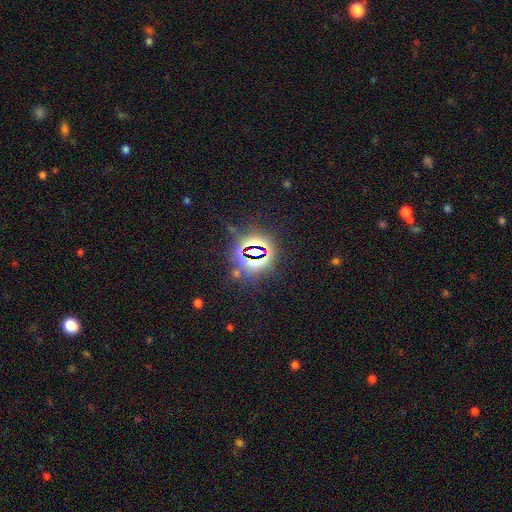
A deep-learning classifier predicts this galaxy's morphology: Q: Smooth or featured?
A: star or artifact (83%); runner-up: smooth (9%)